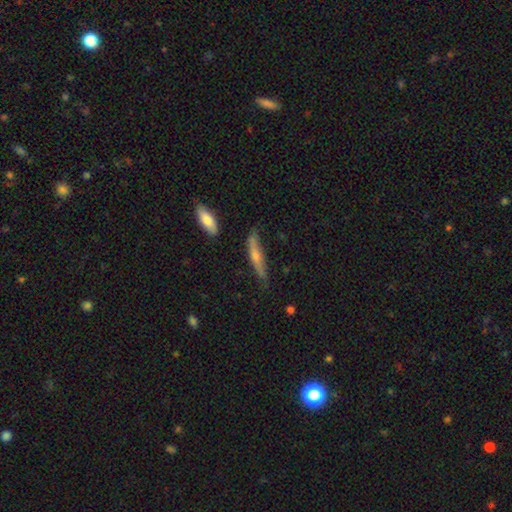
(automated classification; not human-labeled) smooth_or_featured: smooth (p=0.47) [alt: featured or disk p=0.45]
merging: none (p=0.69) [alt: minor disturbance p=0.23]